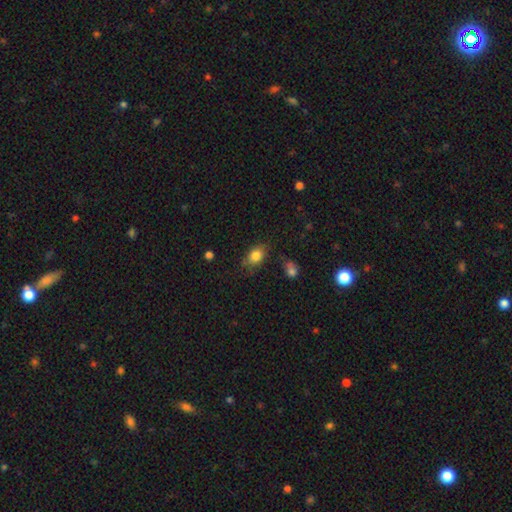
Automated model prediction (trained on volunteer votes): A smooth galaxy with no disk features (82%) that is in between round and cigar-shaped (74%). Merging: none (67%).